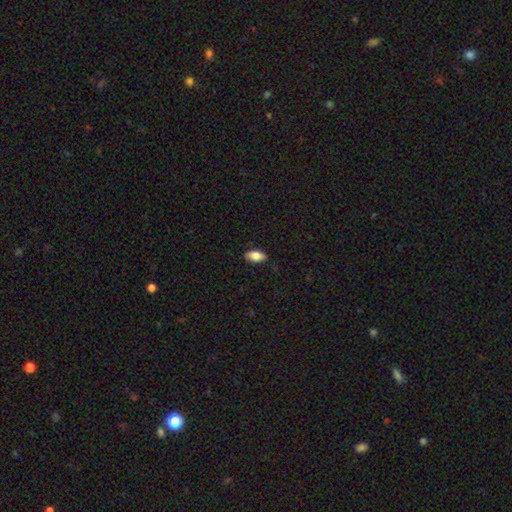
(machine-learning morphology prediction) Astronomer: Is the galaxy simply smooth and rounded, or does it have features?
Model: smooth — 81%.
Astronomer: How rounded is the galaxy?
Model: in between — 90%.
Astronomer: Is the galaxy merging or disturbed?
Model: none — 85%.